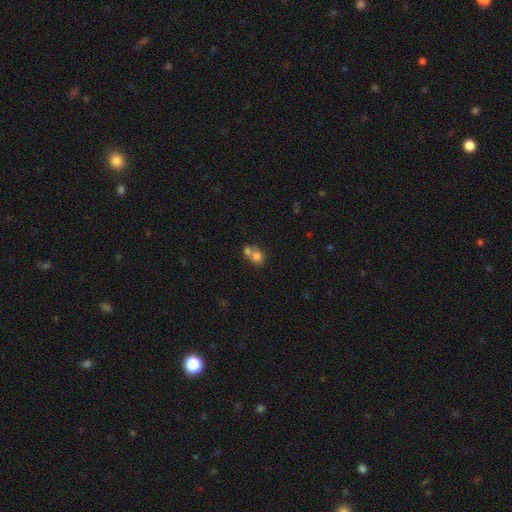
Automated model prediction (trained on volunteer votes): smooth 76%, featured or disk 13%, star or artifact 11%. Down the decision tree: how rounded — round (70%); merging — merger (58%).